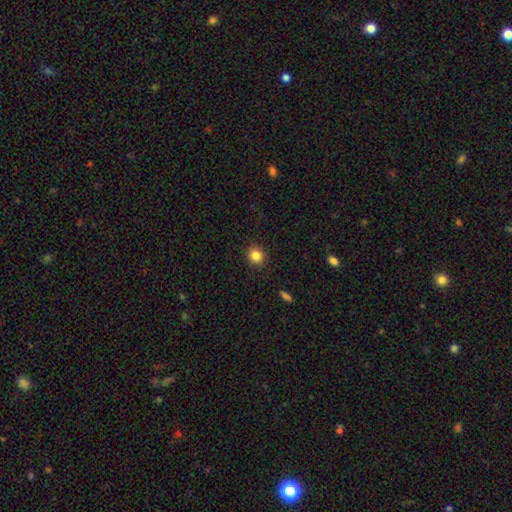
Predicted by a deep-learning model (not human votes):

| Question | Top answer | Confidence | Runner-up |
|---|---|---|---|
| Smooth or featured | smooth | 84% | star or artifact (11%) |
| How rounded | round | 86% | in between (13%) |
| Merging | none | 90% | minor disturbance (7%) |